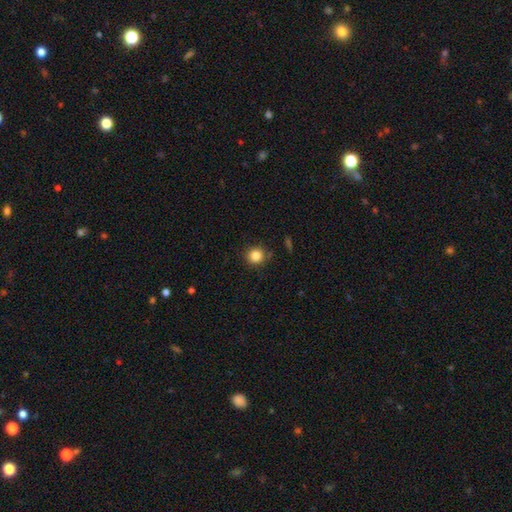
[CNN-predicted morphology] Smooth or featured: smooth — 84% (star or artifact — 11%)
How rounded: round — 93% (in between — 6%)
Merging: none — 87% (minor disturbance — 8%)